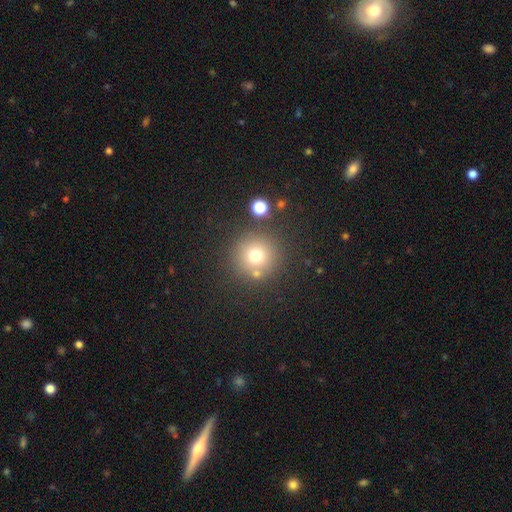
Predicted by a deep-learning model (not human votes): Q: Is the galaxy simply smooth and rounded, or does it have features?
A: smooth — 71%.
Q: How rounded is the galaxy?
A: round — 95%.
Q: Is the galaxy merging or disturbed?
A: none — 80%.